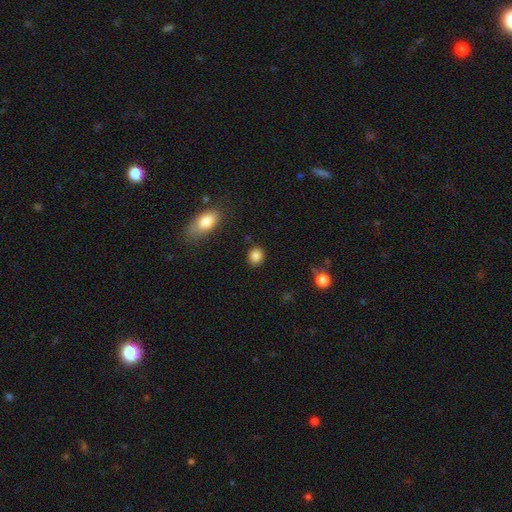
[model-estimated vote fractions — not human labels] The model was most divided on "how rounded": round: 60%, in between: 39%, cigar-shaped: 1%. More confident: merging — none (87%); smooth or featured — smooth (86%).